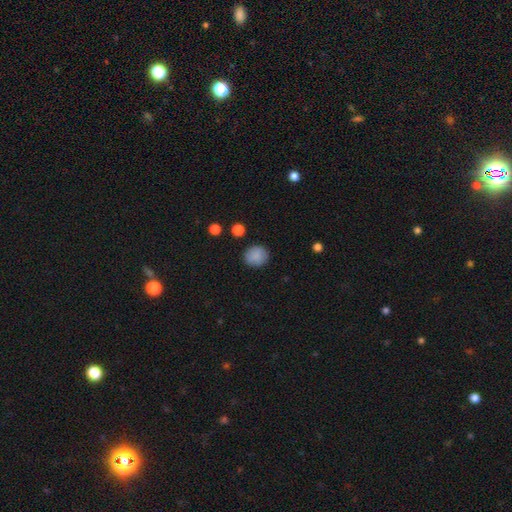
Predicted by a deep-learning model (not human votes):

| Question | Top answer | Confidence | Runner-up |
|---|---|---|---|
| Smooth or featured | smooth | 87% | star or artifact (8%) |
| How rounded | round | 82% | in between (17%) |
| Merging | none | 87% | minor disturbance (9%) |